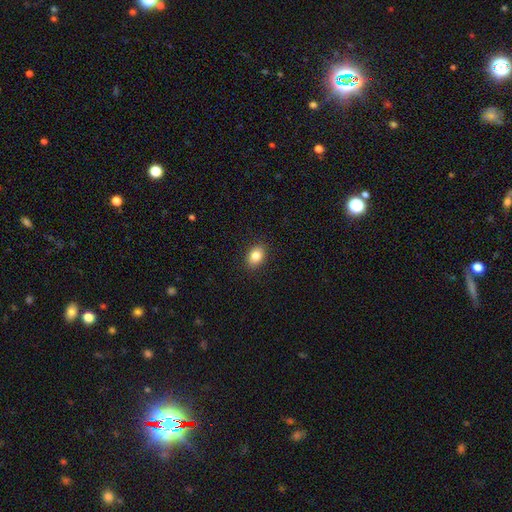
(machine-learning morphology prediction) Smooth or featured: smooth — 83% (star or artifact — 9%)
How rounded: in between — 76% (round — 23%)
Merging: none — 90% (minor disturbance — 8%)